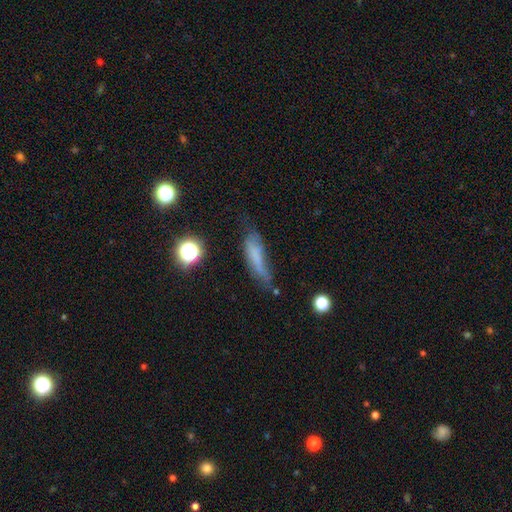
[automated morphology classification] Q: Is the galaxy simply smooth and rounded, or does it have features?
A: smooth — 59%.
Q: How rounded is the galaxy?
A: cigar-shaped — 62%.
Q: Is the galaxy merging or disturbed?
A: none — 42%.